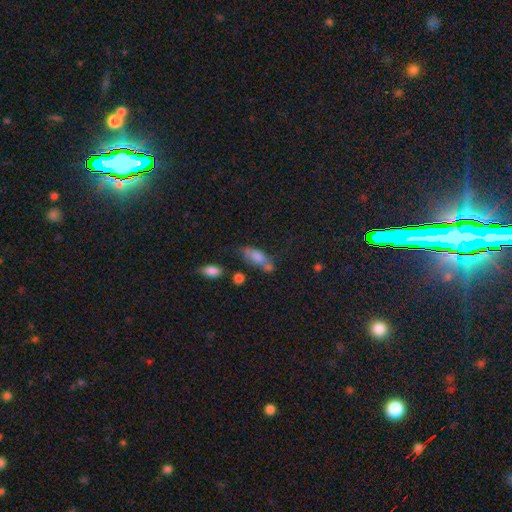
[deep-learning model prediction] A smooth galaxy with no disk features (74%) that is in between round and cigar-shaped (74%).

Vote fractions:
- Smooth or featured? smooth: 74% / featured or disk: 17% / star or artifact: 9%
- How rounded? in between: 74% / cigar-shaped: 23% / round: 4%
- Merging? none: 42% / minor disturbance: 25% / merger: 20% / major disturbance: 12%